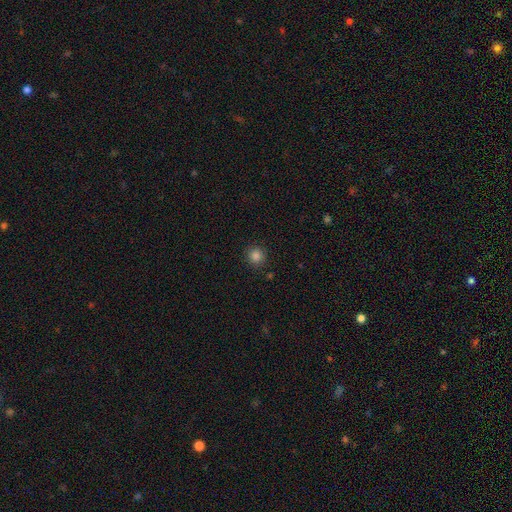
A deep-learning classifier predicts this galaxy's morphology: A smooth galaxy with no disk features (84%) that is round (93%). Merging: none (90%).